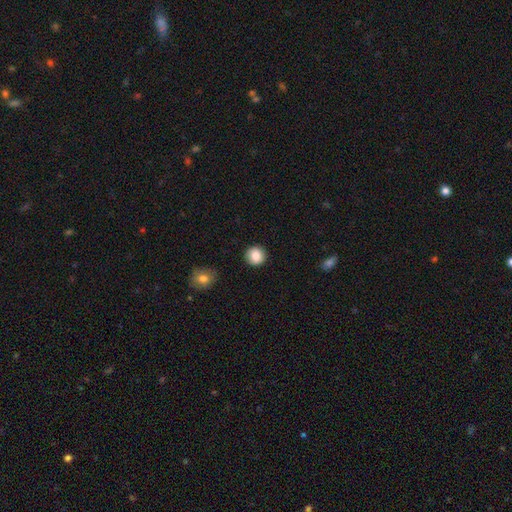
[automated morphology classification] Smooth or featured? Predicted: smooth (p=0.85). How rounded? Predicted: round (p=0.94). Merging? Predicted: none (p=0.92).